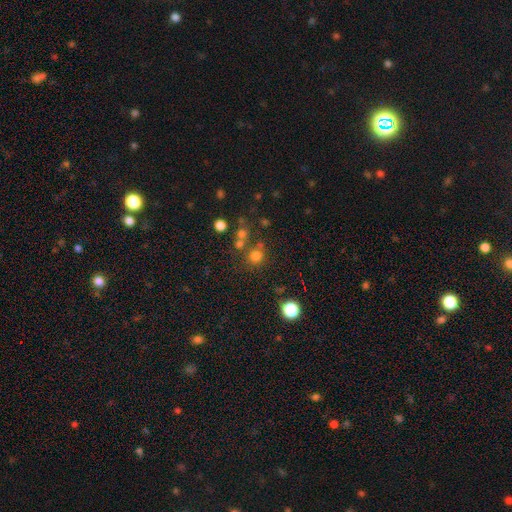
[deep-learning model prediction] Smooth or featured?
  - smooth: 71% *
  - star or artifact: 21%
  - featured or disk: 8%
How rounded?
  - round: 89% *
  - in between: 10%
  - cigar-shaped: 1%
Merging?
  - none: 70% *
  - merger: 17%
  - minor disturbance: 9%
  - major disturbance: 4%